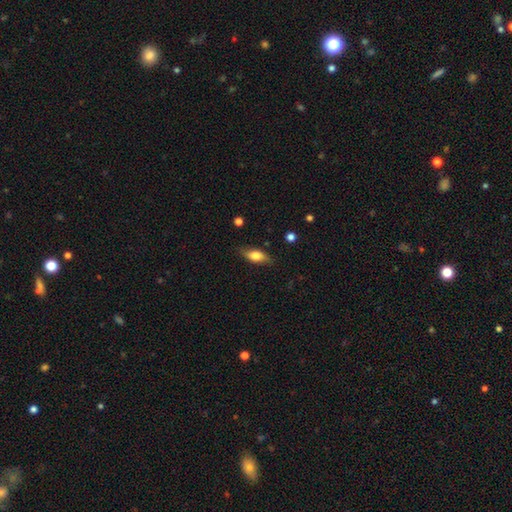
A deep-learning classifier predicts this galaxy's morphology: Smooth or featured: smooth — 67% (featured or disk — 26%)
How rounded: in between — 77% (cigar-shaped — 18%)
Merging: none — 79% (minor disturbance — 16%)